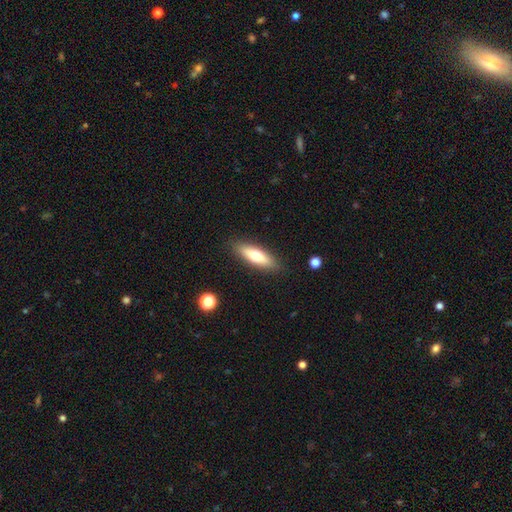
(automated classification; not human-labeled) Morphology: type=smooth (64%); roundness=cigar-shaped (54%); merging=none (88%).